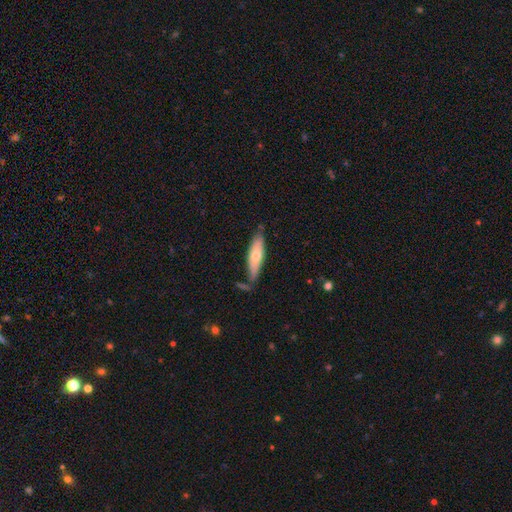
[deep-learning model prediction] The model was most divided on "smooth or featured": smooth: 55%, featured or disk: 39%, star or artifact: 6%. More confident: merging — none (68%); how rounded — cigar-shaped (64%).